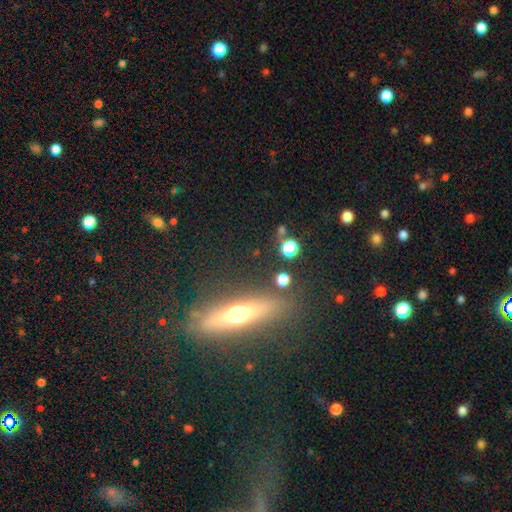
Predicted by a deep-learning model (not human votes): This appears to be a featured or disk galaxy (54%) viewed edge-on (86%). Merging: none (80%).